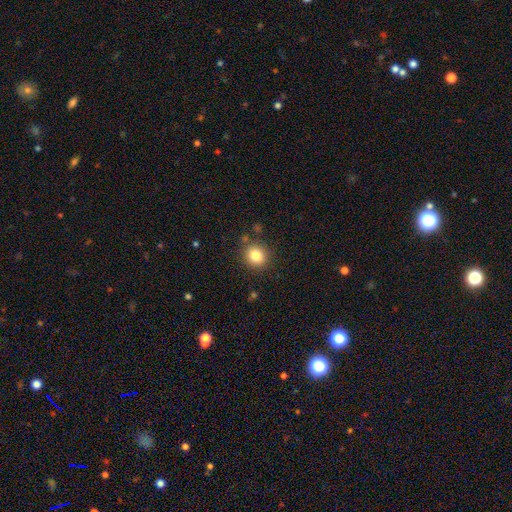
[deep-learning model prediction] Q: Smooth or featured?
A: smooth (83%); runner-up: star or artifact (11%)
Q: How rounded?
A: round (81%); runner-up: in between (18%)
Q: Merging?
A: none (86%); runner-up: minor disturbance (9%)